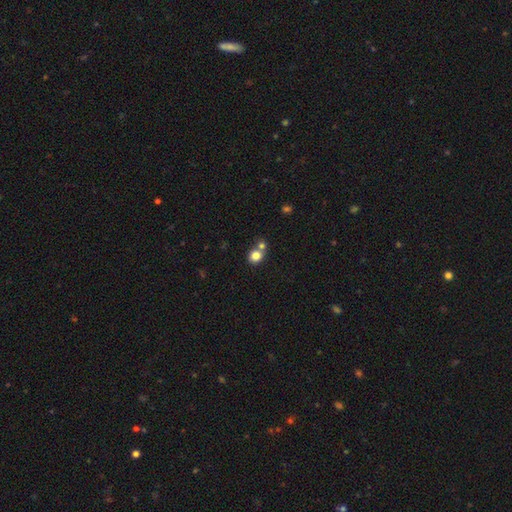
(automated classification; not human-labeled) The model was most divided on "merging": none: 50%, merger: 39%, minor disturbance: 8%, major disturbance: 3%. More confident: smooth or featured — smooth (81%); how rounded — round (78%).